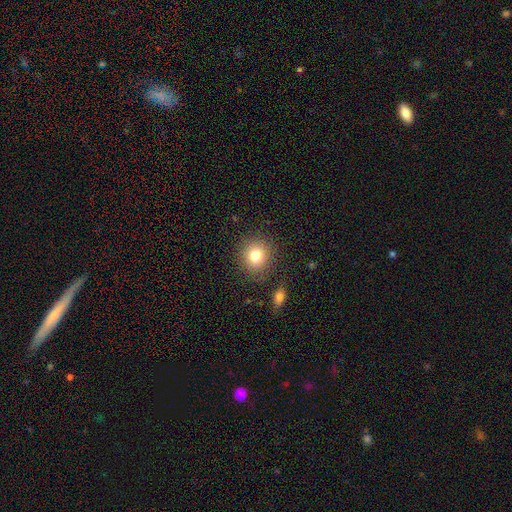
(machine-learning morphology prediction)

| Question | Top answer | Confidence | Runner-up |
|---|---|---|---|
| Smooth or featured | smooth | 80% | star or artifact (11%) |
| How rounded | round | 85% | in between (14%) |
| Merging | none | 86% | minor disturbance (9%) |